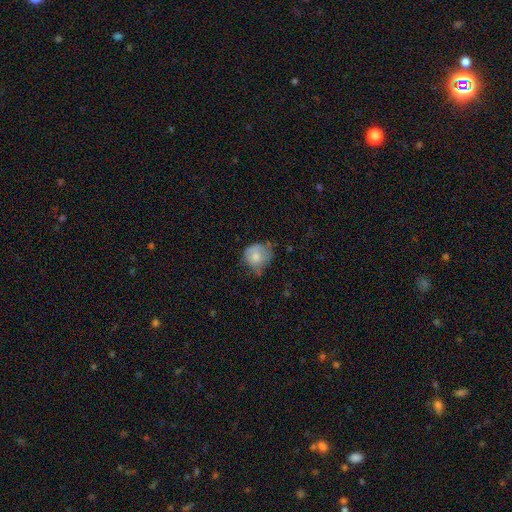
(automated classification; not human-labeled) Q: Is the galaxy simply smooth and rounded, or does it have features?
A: smooth — 68%.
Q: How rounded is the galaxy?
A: round — 72%.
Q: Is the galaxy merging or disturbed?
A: none — 42%.